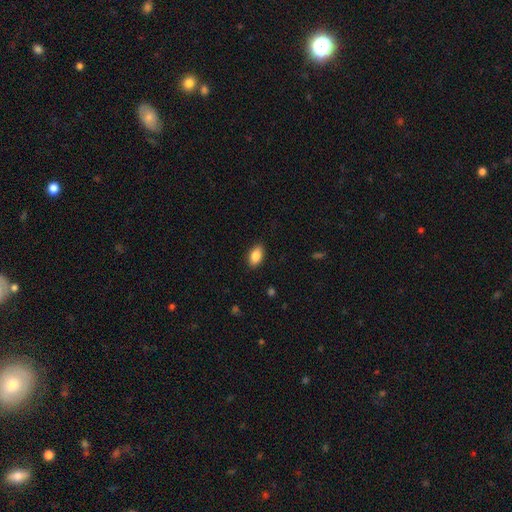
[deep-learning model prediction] A smooth galaxy with no disk features (88%) that is in between round and cigar-shaped (93%). Merging: none (88%).